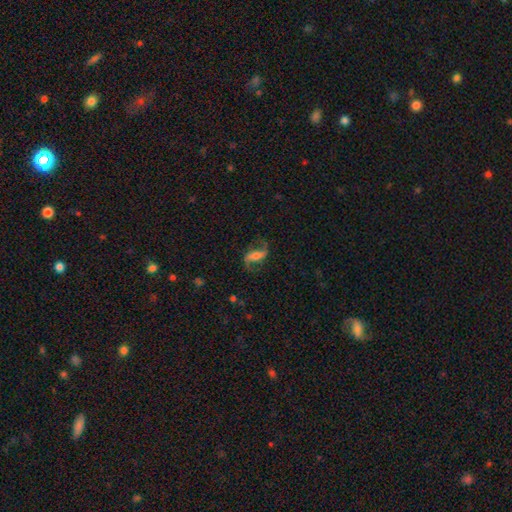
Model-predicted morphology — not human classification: Smooth or featured: featured or disk — 77% (smooth — 15%)
Edge-on disk: no — 95% (yes — 5%)
Bar: strong — 45% (weak — 33%)
Spiral arms: yes — 94% (no — 6%)
Spiral winding: loose — 70% (medium — 24%)
Spiral arm count: 2 — 91% (1 — 3%)
Bulge size: none — 29% (tied with small — 29%)
Merging: none — 73% (minor disturbance — 14%)